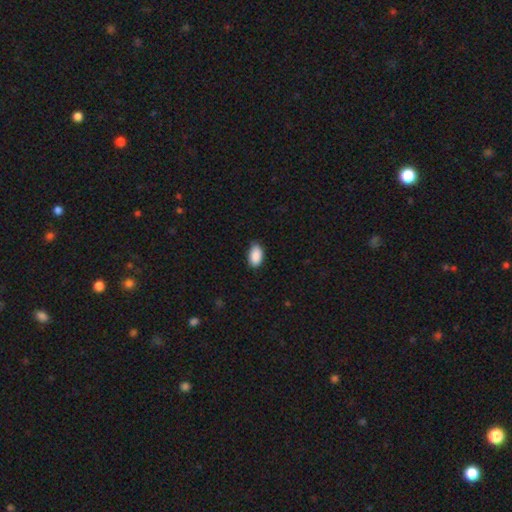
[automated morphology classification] smooth 90%, star or artifact 7%, featured or disk 3%. Down the decision tree: how rounded — in between (94%); merging — none (80%).